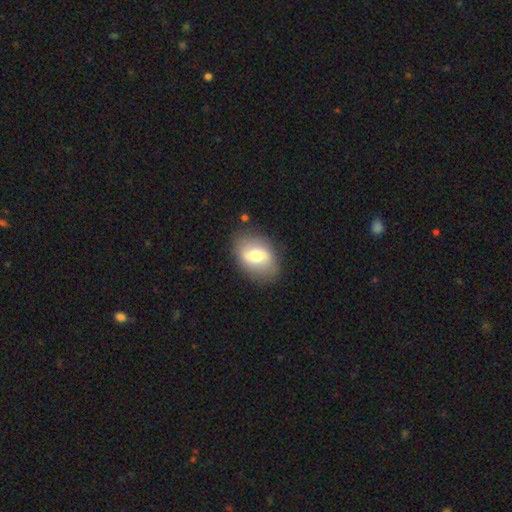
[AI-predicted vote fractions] A smooth galaxy with no disk features (58%) that is in between round and cigar-shaped (77%). Merging: none (80%).